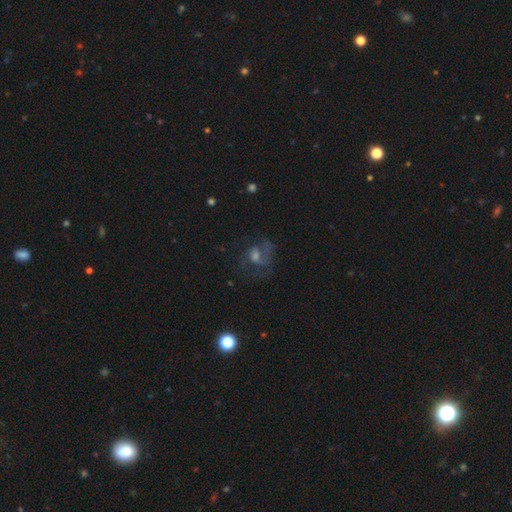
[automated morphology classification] Smooth or featured?
  - featured or disk: 59% *
  - smooth: 22%
  - star or artifact: 18%
Edge-on disk?
  - no: 97% *
  - yes: 3%
Bar?
  - no: 55% *
  - weak: 38%
  - strong: 8%
Spiral arms?
  - yes: 79% *
  - no: 21%
Bulge size?
  - moderate: 46% *
  - small: 32%
  - large: 10%
  - none: 10%
  - dominant: 2%
Merging?
  - none: 55% *
  - major disturbance: 25%
  - minor disturbance: 18%
  - merger: 2%